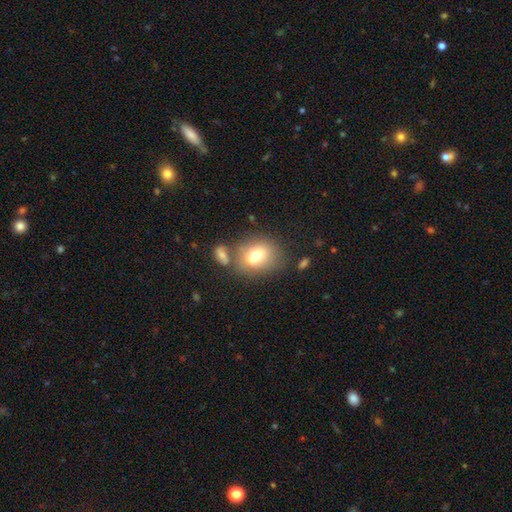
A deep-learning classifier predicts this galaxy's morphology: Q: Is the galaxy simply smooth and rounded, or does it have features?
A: smooth — 72%.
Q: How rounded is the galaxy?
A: in between — 54%.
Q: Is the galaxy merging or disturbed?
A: none — 58%.